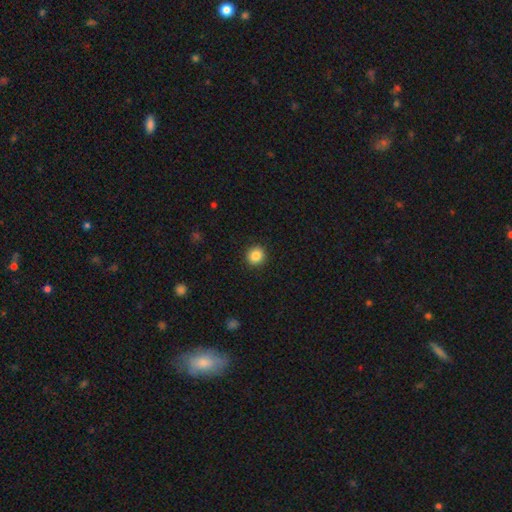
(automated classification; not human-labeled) Smooth or featured?
  - smooth: 86% *
  - star or artifact: 10%
  - featured or disk: 4%
How rounded?
  - round: 92% *
  - in between: 7%
  - cigar-shaped: 1%
Merging?
  - none: 92% *
  - minor disturbance: 5%
  - major disturbance: 2%
  - merger: 1%